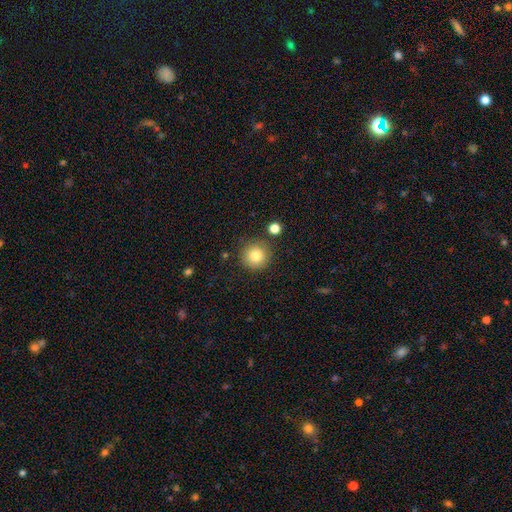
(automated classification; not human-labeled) smooth_or_featured: smooth (p=0.83) [alt: star or artifact p=0.10]
how_rounded: round (p=0.95) [alt: in between p=0.04]
merging: none (p=0.86) [alt: minor disturbance p=0.08]